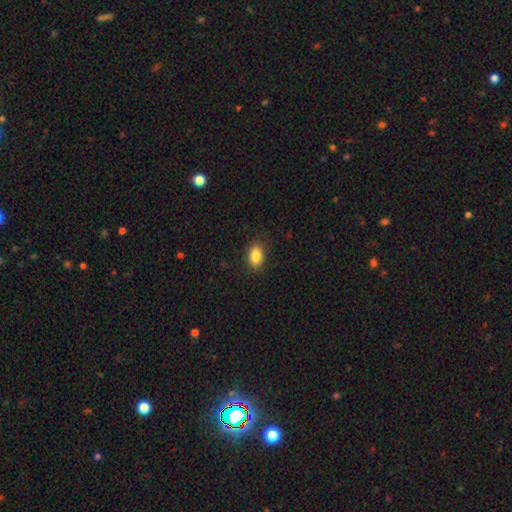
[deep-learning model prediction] This is clearly a smooth galaxy (86%). How rounded: clearly in between (84%). Merging: clearly none (87%).